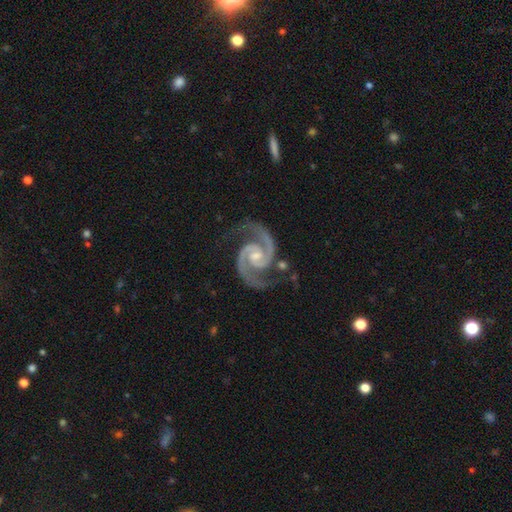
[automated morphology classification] Smooth or featured? Predicted: featured or disk (p=0.95). Edge-on disk? Predicted: no (p=0.99). Bar? Predicted: no (p=0.49). Spiral arms? Predicted: yes (p=0.99). Spiral winding? Predicted: medium (p=0.60). Spiral arm count? Predicted: 2 (p=0.94). Bulge size? Predicted: small (p=0.49). Merging? Predicted: none (p=0.77).